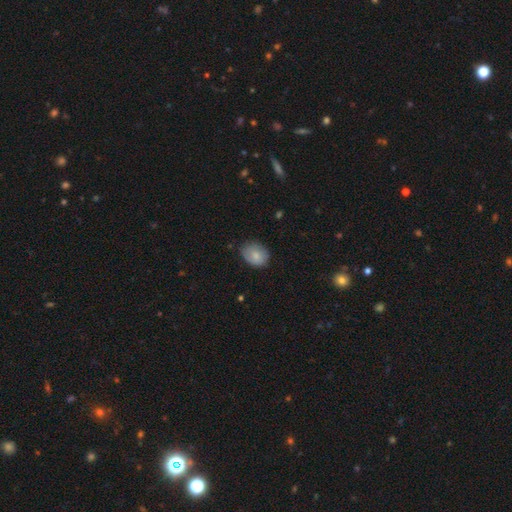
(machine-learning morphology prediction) Smooth or featured? smooth (79%)
How rounded? in between (61%)
Merging? none (70%)